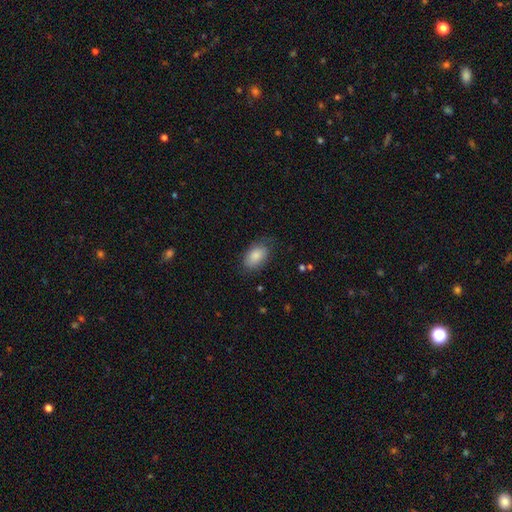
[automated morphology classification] type=smooth (84%); roundness=in between (92%); merging=none (73%).